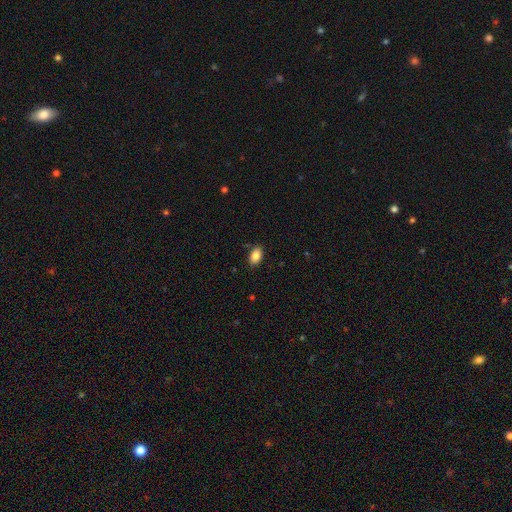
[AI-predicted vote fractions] The model was most divided on "merging": none: 86%, minor disturbance: 10%, major disturbance: 2%, merger: 1%. More confident: how rounded — in between (88%); smooth or featured — smooth (86%).